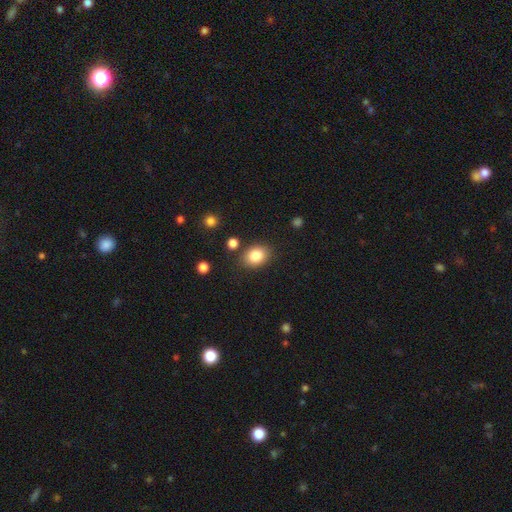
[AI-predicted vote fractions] smooth 84%, star or artifact 9%, featured or disk 8%. Down the decision tree: how rounded — in between (63%); merging — none (83%).